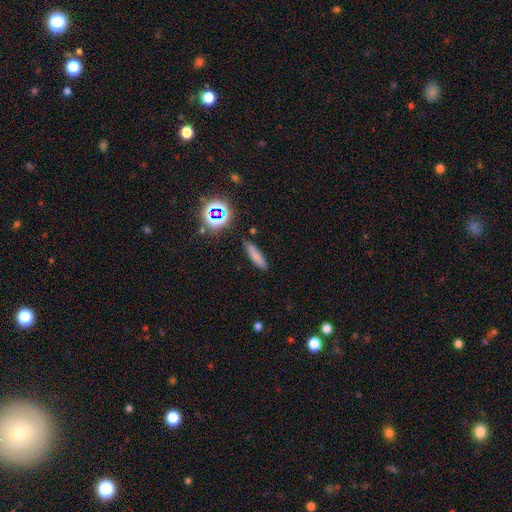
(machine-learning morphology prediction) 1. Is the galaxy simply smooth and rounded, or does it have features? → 76% smooth, 14% star or artifact, 10% featured or disk.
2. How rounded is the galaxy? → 79% cigar-shaped, 19% in between, 3% round.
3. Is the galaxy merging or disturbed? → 84% none, 11% minor disturbance, 3% major disturbance, 3% merger.